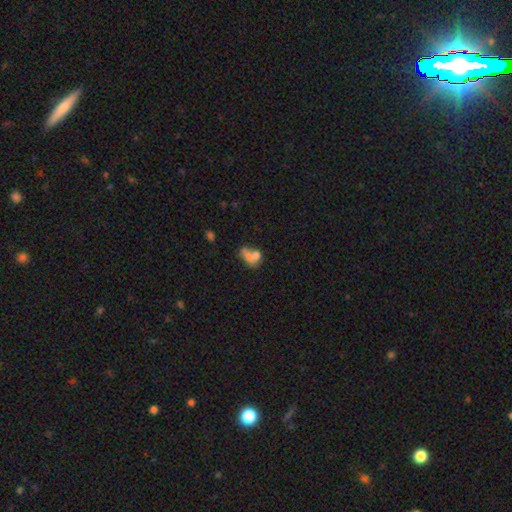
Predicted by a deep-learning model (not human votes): A smooth galaxy with no disk features (62%) that is in between round and cigar-shaped (63%). Merging: merger (50%).